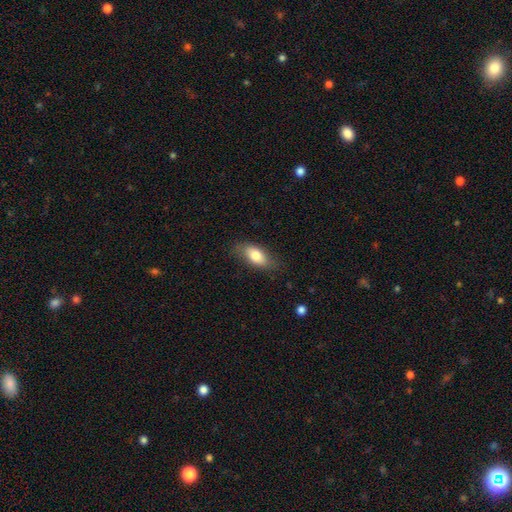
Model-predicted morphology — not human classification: Q: Smooth or featured?
A: smooth (77%); runner-up: featured or disk (16%)
Q: How rounded?
A: in between (86%); runner-up: cigar-shaped (9%)
Q: Merging?
A: none (76%); runner-up: minor disturbance (18%)